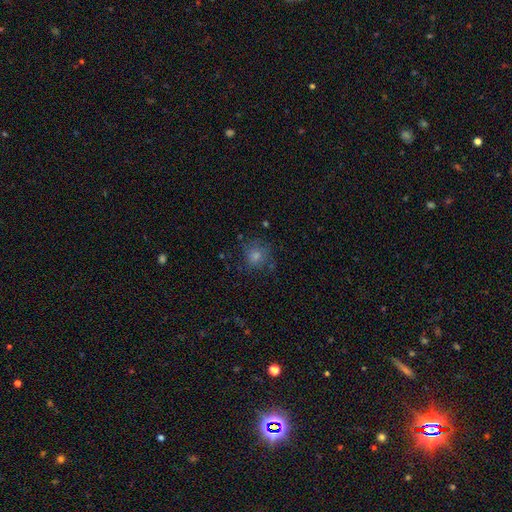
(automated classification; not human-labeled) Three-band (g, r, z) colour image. It shows a smooth galaxy with no disk features (78%) that is round (84%). Merging: none (70%).